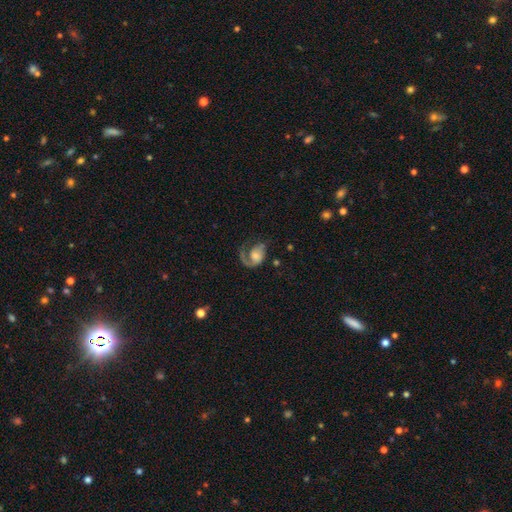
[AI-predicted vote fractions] Morphology: type=featured or disk (74%); edge-on=no (98%); bar=no (69%); spiral arms=yes (92%); winding=medium (40%); arm count=1 (71%); bulge=moderate (40%); merging=none (41%).